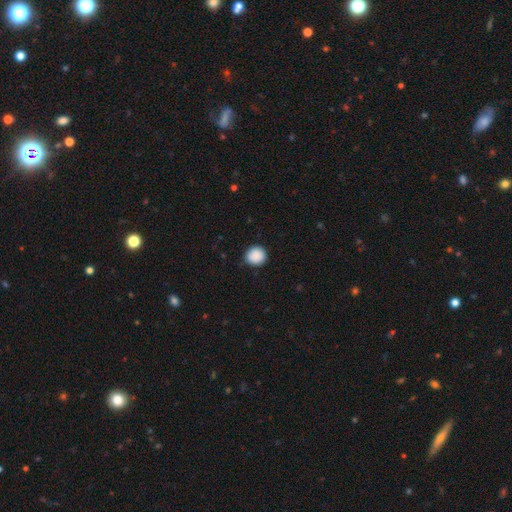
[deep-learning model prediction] Q: Smooth or featured?
A: smooth (89%); runner-up: star or artifact (8%)
Q: How rounded?
A: round (92%); runner-up: in between (7%)
Q: Merging?
A: none (88%); runner-up: minor disturbance (9%)